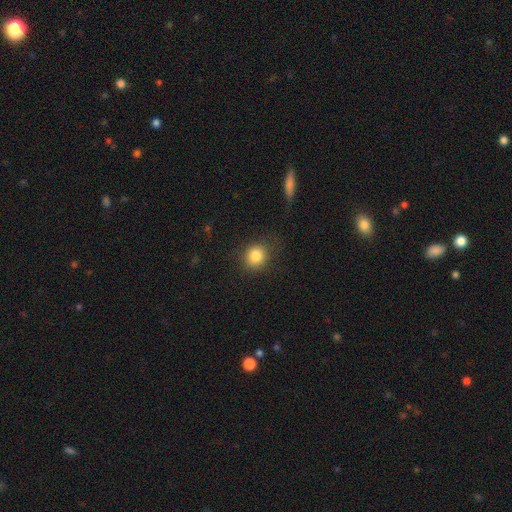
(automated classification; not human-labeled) A smooth galaxy with no disk features (83%) that is round (78%).

Vote fractions:
- Smooth or featured? smooth: 83% / star or artifact: 11% / featured or disk: 6%
- How rounded? round: 78% / in between: 21% / cigar-shaped: 1%
- Merging? none: 80% / minor disturbance: 13% / major disturbance: 5% / merger: 1%